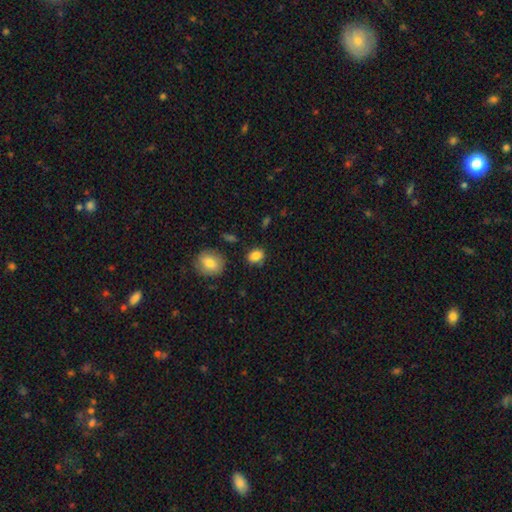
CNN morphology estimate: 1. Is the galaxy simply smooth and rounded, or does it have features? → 84% smooth, 10% star or artifact, 6% featured or disk.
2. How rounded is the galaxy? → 50% in between, 49% round, 1% cigar-shaped.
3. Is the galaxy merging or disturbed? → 79% none, 14% minor disturbance, 4% major disturbance, 3% merger.